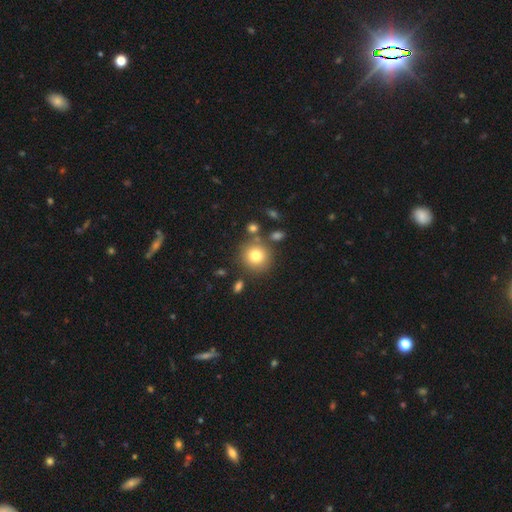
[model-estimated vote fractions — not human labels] A smooth galaxy with no disk features (78%) that is round (92%).

Vote fractions:
- Smooth or featured? smooth: 78% / star or artifact: 12% / featured or disk: 11%
- How rounded? round: 92% / in between: 7% / cigar-shaped: 1%
- Merging? none: 79% / minor disturbance: 9% / merger: 9% / major disturbance: 4%